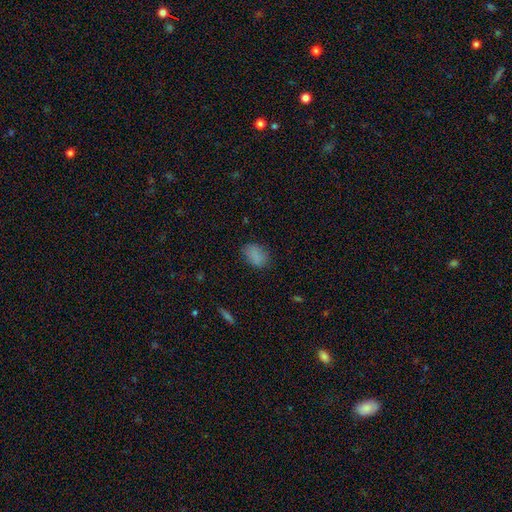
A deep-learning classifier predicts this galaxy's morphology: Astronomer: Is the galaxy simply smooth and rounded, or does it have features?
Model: smooth — 83%.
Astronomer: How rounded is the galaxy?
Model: in between — 82%.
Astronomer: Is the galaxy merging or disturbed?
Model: none — 76%.